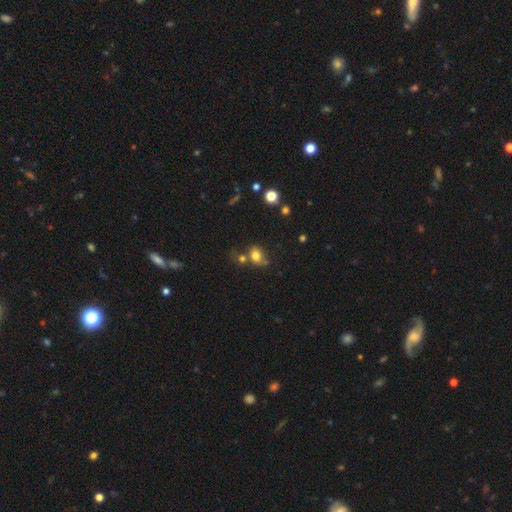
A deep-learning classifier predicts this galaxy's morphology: Smooth or featured? Predicted: smooth (p=0.77). How rounded? Predicted: in between (p=0.63). Merging? Predicted: none (p=0.52).